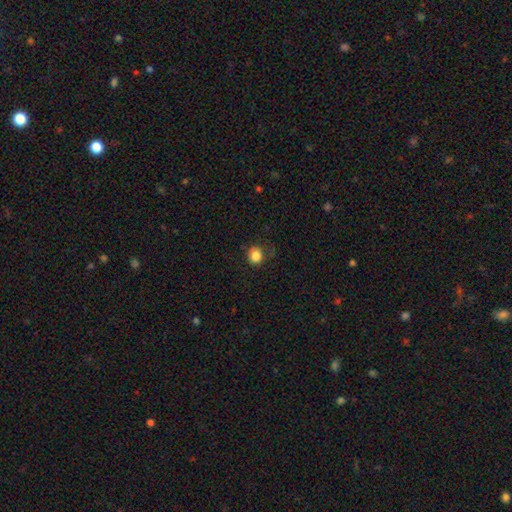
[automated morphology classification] Smooth or featured: smooth — 84% (star or artifact — 10%)
How rounded: round — 79% (in between — 20%)
Merging: none — 70% (minor disturbance — 19%)